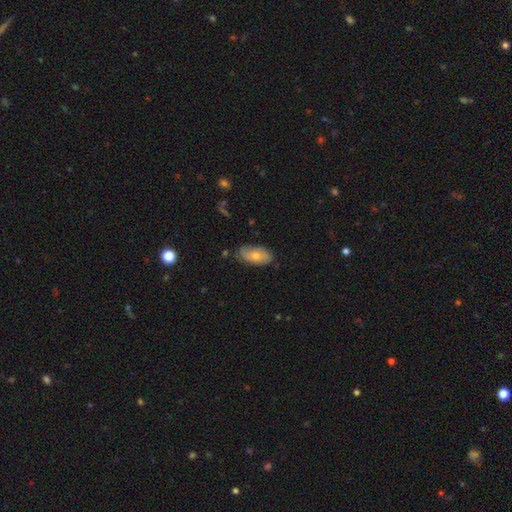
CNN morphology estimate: Overall: smooth (67%). How rounded: in between (91%). Merging: none (75%).